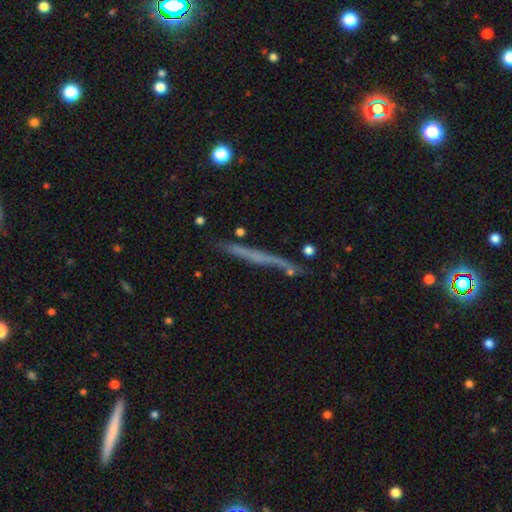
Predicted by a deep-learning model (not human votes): Smooth or featured? Predicted: featured or disk (p=0.55). Edge-on disk? Predicted: yes (p=0.94). Edge-on bulge? Predicted: none (p=0.82). Merging? Predicted: none (p=0.80).